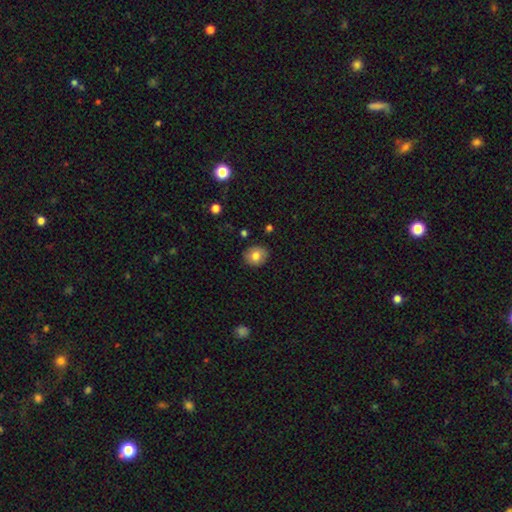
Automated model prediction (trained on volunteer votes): Smooth or featured? Predicted: smooth (p=0.80). How rounded? Predicted: round (p=0.71). Merging? Predicted: none (p=0.87).